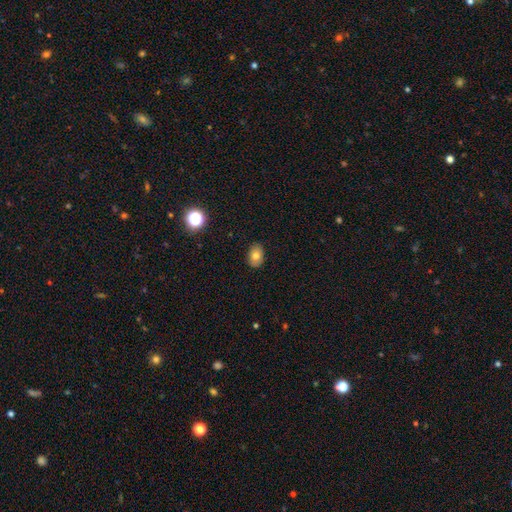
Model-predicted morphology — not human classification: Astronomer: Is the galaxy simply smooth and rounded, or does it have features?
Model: smooth — 76%.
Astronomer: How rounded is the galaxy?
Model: in between — 81%.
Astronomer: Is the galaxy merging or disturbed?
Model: none — 88%.